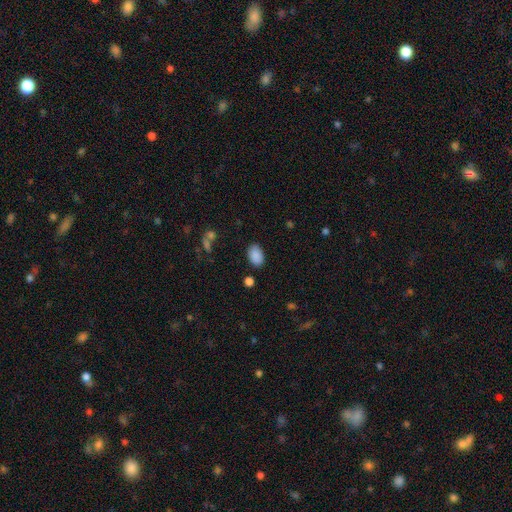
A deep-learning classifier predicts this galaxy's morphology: Smooth or featured? smooth (89%)
How rounded? in between (90%)
Merging? none (84%)